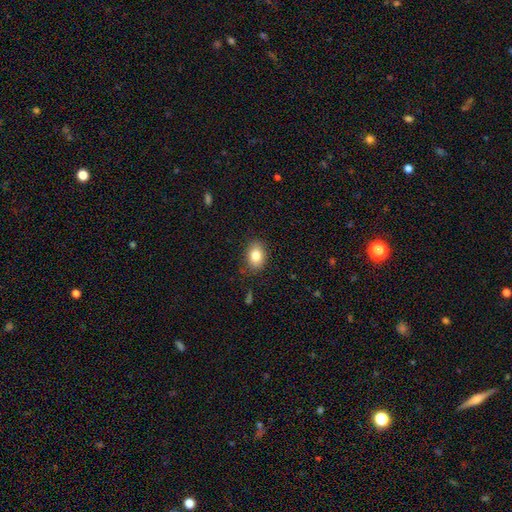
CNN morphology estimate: Smooth or featured: smooth — 82% (star or artifact — 9%)
How rounded: in between — 76% (round — 23%)
Merging: none — 84% (minor disturbance — 12%)